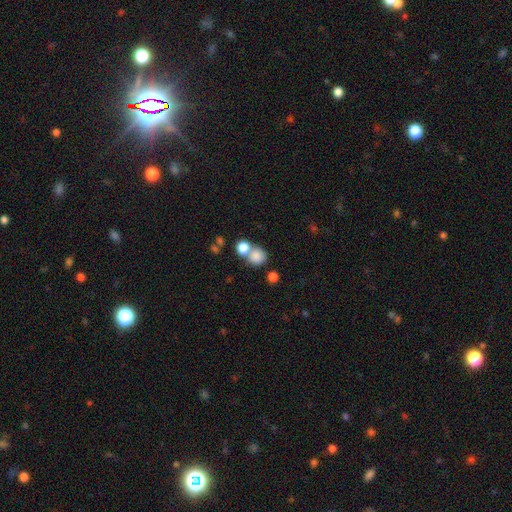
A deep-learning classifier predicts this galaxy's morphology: Overall: smooth (82%). How rounded: round (79%). Merging: none (47%; merger 40%).